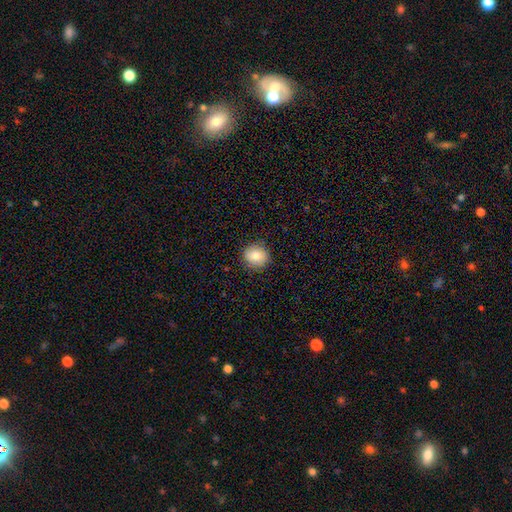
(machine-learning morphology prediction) This appears to be a smooth galaxy with no disk features (83%) that is round (87%). Merging: none (88%).